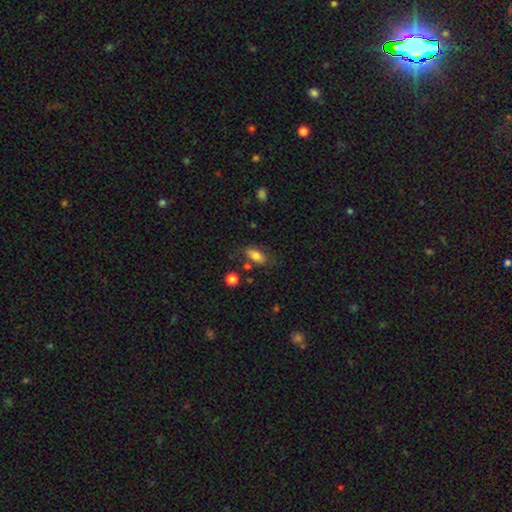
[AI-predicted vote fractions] Smooth or featured?
  - smooth: 79% *
  - featured or disk: 13%
  - star or artifact: 8%
How rounded?
  - in between: 84% *
  - cigar-shaped: 11%
  - round: 5%
Merging?
  - none: 69% *
  - minor disturbance: 19%
  - merger: 6%
  - major disturbance: 6%